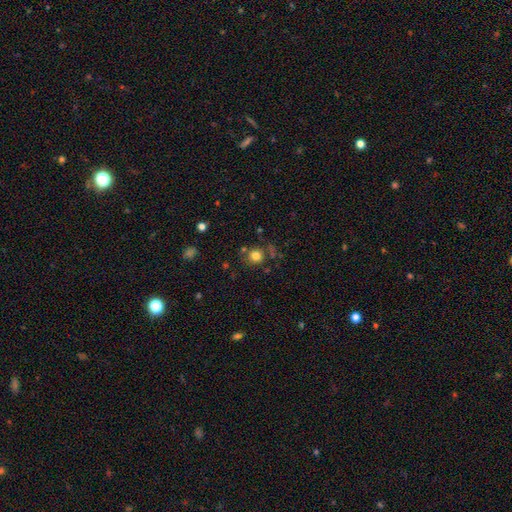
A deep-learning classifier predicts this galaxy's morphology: Smooth or featured? smooth (79%)
How rounded? round (89%)
Merging? none (74%)